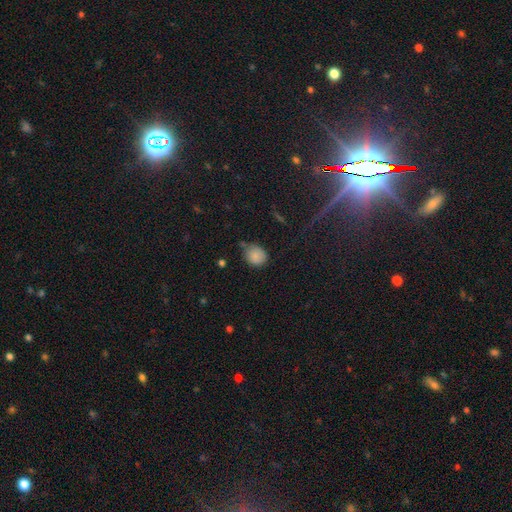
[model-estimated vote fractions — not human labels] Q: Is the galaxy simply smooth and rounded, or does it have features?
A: smooth — 84%.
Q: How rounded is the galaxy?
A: round — 76%.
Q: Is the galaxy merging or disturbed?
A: none — 59%.